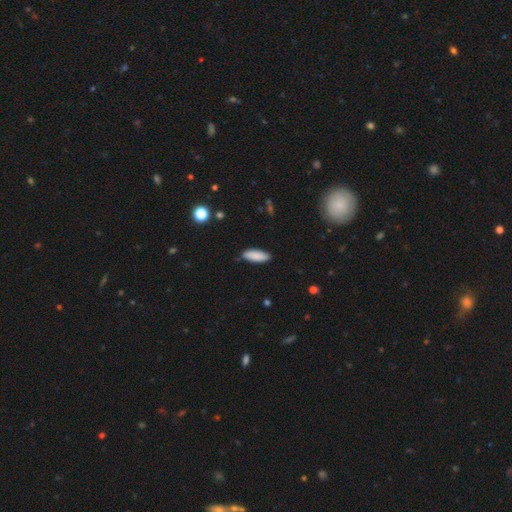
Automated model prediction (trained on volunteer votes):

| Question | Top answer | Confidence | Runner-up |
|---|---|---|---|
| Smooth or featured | smooth | 87% | featured or disk (6%) |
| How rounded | in between | 67% | cigar-shaped (31%) |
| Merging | none | 85% | minor disturbance (12%) |